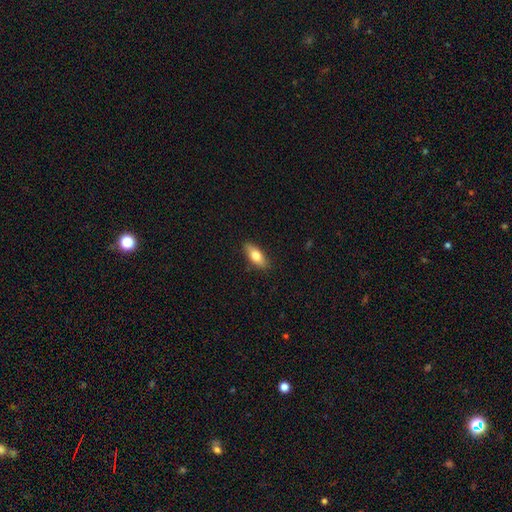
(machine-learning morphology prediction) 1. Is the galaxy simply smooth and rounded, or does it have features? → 74% smooth, 19% featured or disk, 6% star or artifact.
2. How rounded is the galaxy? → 79% in between, 18% cigar-shaped, 3% round.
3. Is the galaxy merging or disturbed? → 87% none, 10% minor disturbance, 2% major disturbance, 1% merger.